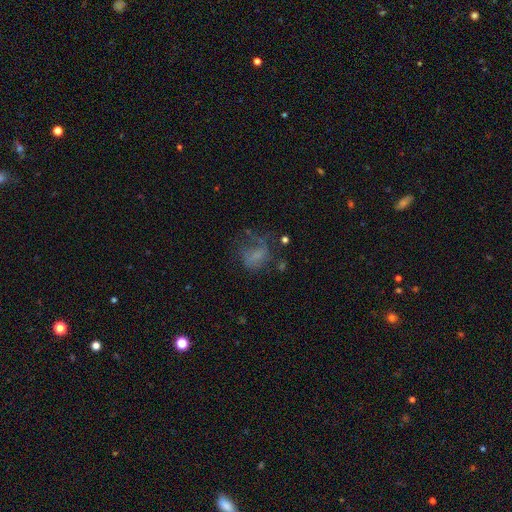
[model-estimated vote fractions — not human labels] The model was most divided on "merging": none: 37%, major disturbance: 36%, minor disturbance: 23%, merger: 5%. More confident: how rounded — in between (55%); smooth or featured — smooth (51%).